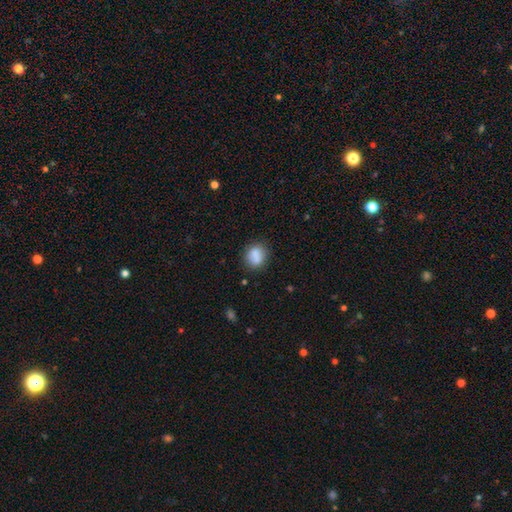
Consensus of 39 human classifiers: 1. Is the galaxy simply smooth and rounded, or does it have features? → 77% smooth, 13% featured or disk, 10% star or artifact.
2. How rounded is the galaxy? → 63% round, 37% in between, 0% cigar-shaped.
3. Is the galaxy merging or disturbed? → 77% none, 14% minor disturbance, 9% merger, 0% major disturbance.